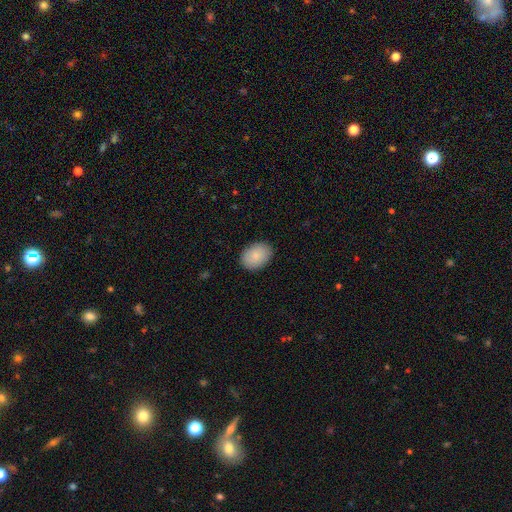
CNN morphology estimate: Smooth or featured: smooth — 87% (featured or disk — 7%)
How rounded: in between — 79% (round — 20%)
Merging: none — 88% (minor disturbance — 9%)